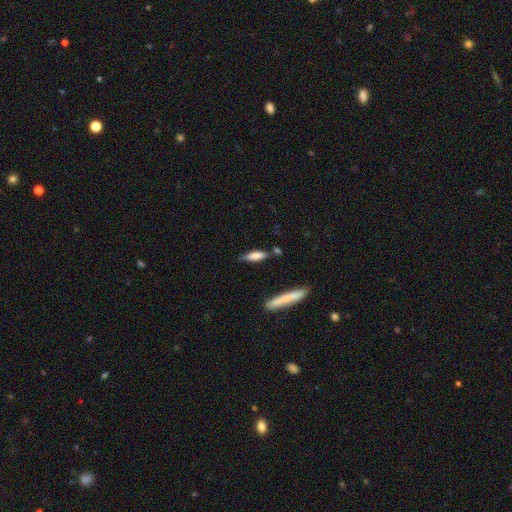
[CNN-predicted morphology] Smooth or featured?
  - smooth: 77% *
  - featured or disk: 17%
  - star or artifact: 6%
How rounded?
  - cigar-shaped: 62% *
  - in between: 36%
  - round: 2%
Merging?
  - none: 68% *
  - minor disturbance: 21%
  - merger: 7%
  - major disturbance: 4%